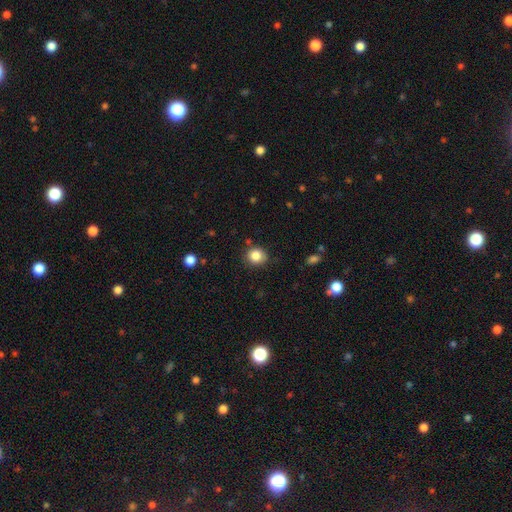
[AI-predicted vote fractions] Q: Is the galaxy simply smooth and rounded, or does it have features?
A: smooth — 85%.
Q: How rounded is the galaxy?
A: round — 82%.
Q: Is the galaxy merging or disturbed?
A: none — 84%.